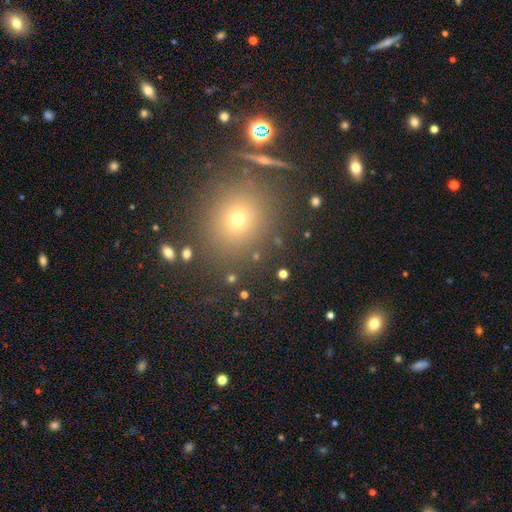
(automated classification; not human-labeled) Morphology: type=smooth (57%); roundness=round (77%); merging=none (84%).